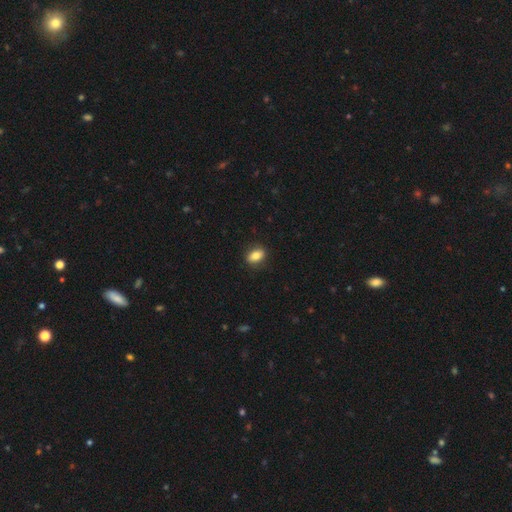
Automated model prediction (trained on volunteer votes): Smooth or featured?
  - smooth: 80% *
  - featured or disk: 12%
  - star or artifact: 8%
How rounded?
  - in between: 79% *
  - round: 18%
  - cigar-shaped: 3%
Merging?
  - none: 85% *
  - minor disturbance: 11%
  - major disturbance: 3%
  - merger: 1%